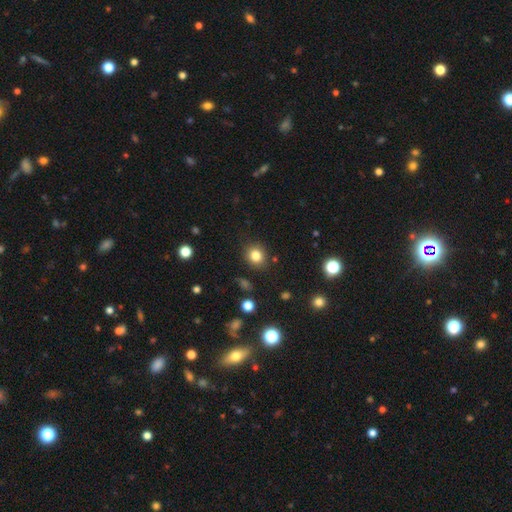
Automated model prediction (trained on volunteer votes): This is clearly a smooth galaxy (82%). How rounded: clearly round (80%). Merging: clearly none (86%).